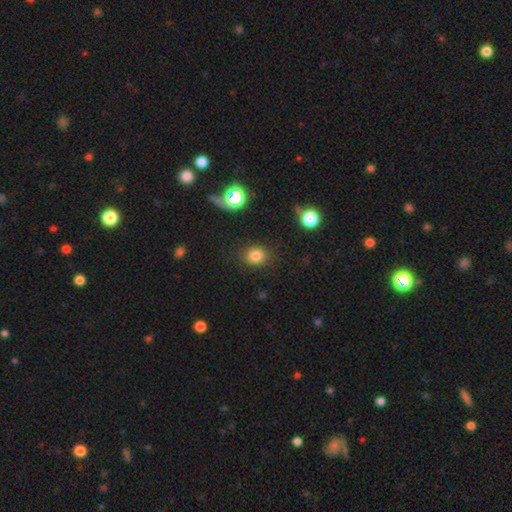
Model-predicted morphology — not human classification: Smooth or featured?
  - smooth: 82% *
  - star or artifact: 12%
  - featured or disk: 6%
How rounded?
  - round: 63% *
  - in between: 36%
  - cigar-shaped: 1%
Merging?
  - none: 85% *
  - minor disturbance: 9%
  - major disturbance: 4%
  - merger: 2%